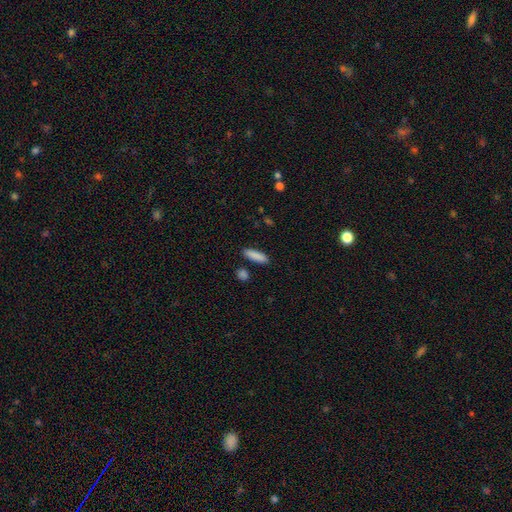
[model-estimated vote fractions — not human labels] The model was most divided on "how rounded": cigar-shaped: 57%, in between: 40%, round: 2%. More confident: smooth or featured — smooth (88%); merging — none (87%).